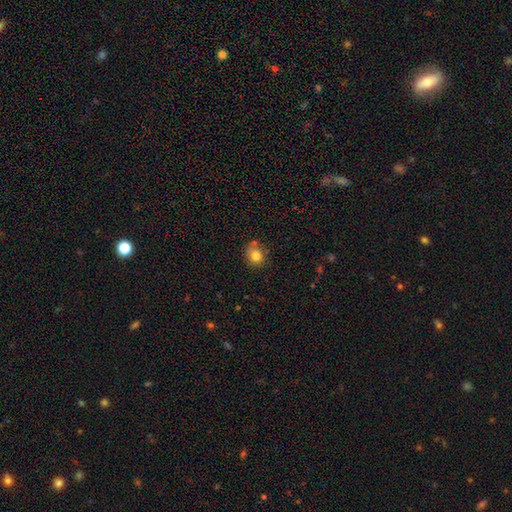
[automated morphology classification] type=smooth (79%); roundness=round (79%); merging=none (67%).